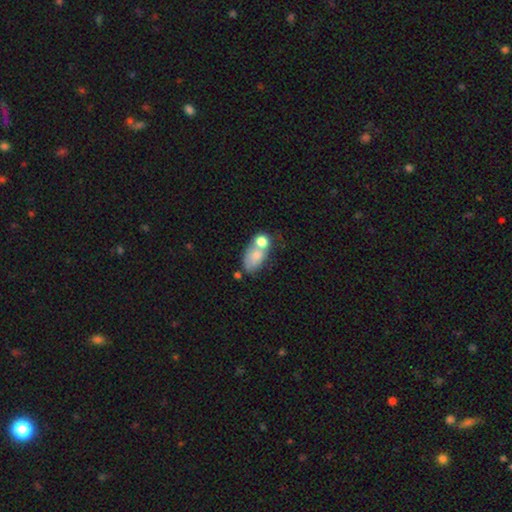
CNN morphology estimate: This appears to be a smooth galaxy with no disk features (67%) that is in between round and cigar-shaped (83%). Merging: merger (46%).